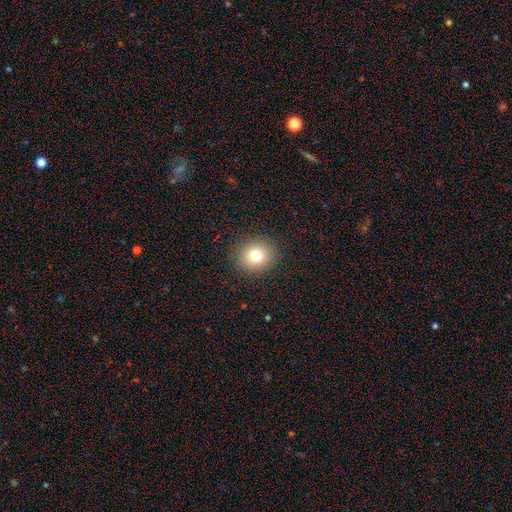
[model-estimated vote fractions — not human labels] Smooth or featured: smooth — 76% (star or artifact — 14%)
How rounded: round — 83% (in between — 16%)
Merging: none — 90% (minor disturbance — 6%)